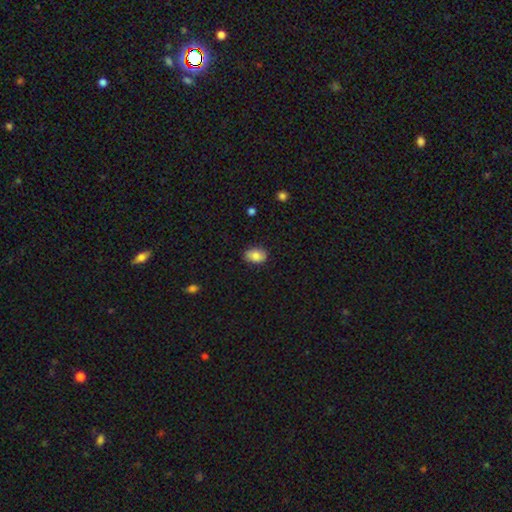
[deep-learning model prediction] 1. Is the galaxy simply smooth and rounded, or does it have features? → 82% smooth, 10% featured or disk, 8% star or artifact.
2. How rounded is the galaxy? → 83% in between, 16% round, 1% cigar-shaped.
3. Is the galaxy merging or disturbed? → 81% none, 16% minor disturbance, 3% major disturbance, 1% merger.